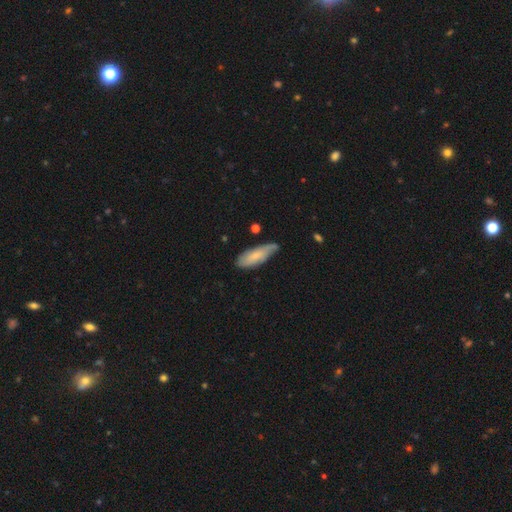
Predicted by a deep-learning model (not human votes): Overall: smooth (66%; featured or disk 28%). How rounded: in between (61%; cigar-shaped 37%). Merging: none (58%; minor disturbance 33%).